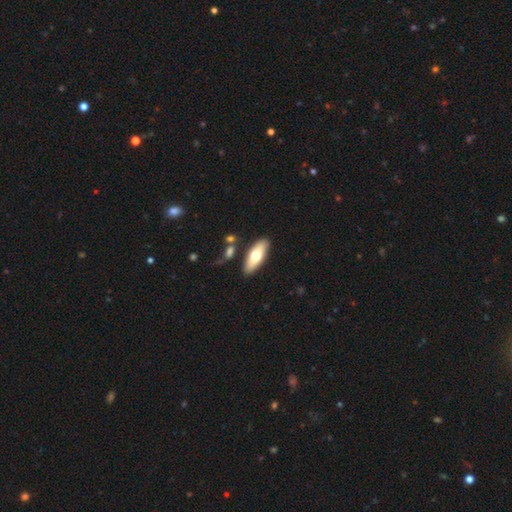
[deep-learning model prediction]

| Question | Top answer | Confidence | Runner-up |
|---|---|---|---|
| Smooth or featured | smooth | 63% | featured or disk (31%) |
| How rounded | in between | 67% | cigar-shaped (31%) |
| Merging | none | 83% | minor disturbance (10%) |